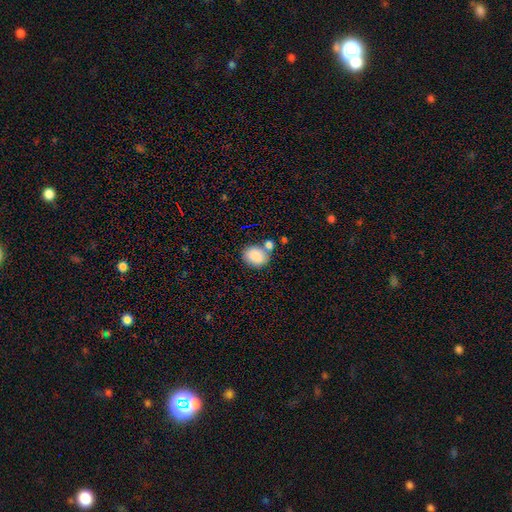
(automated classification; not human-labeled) Overall: smooth (85%). How rounded: in between (56%; round 43%). Merging: none (56%; merger 25%).